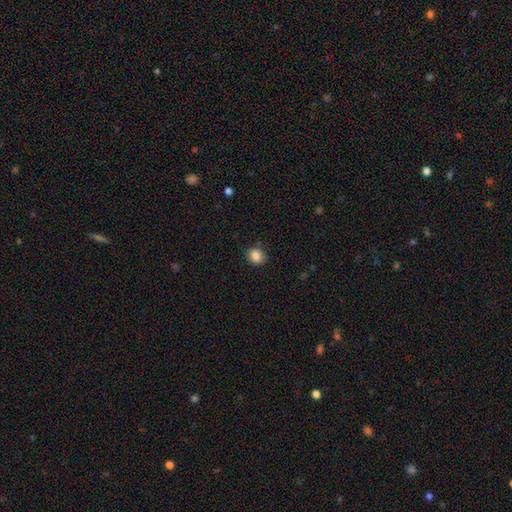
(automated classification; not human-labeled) Smooth or featured? Predicted: smooth (p=0.86). How rounded? Predicted: round (p=0.63). Merging? Predicted: none (p=0.80).